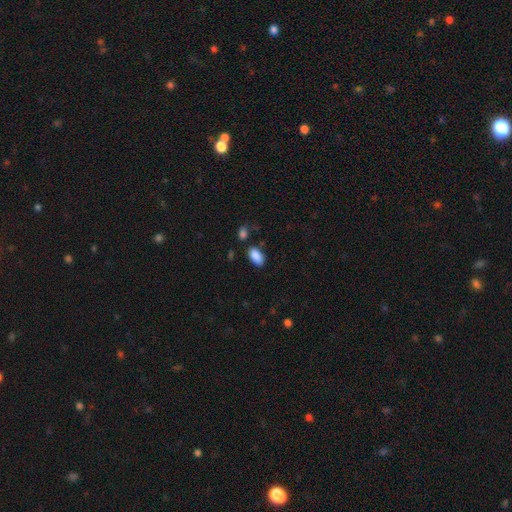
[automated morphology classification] A smooth galaxy with no disk features (88%) that is in between round and cigar-shaped (94%).

Vote fractions:
- Smooth or featured? smooth: 88% / star or artifact: 7% / featured or disk: 4%
- How rounded? in between: 94% / round: 3% / cigar-shaped: 3%
- Merging? none: 78% / minor disturbance: 13% / merger: 5% / major disturbance: 3%